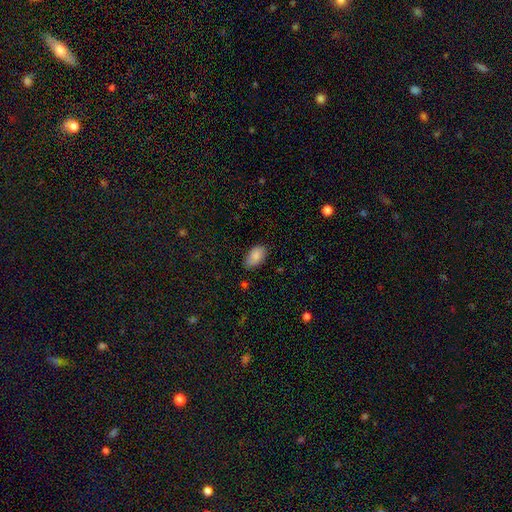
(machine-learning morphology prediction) Q: Smooth or featured?
A: smooth (86%); runner-up: star or artifact (7%)
Q: How rounded?
A: in between (94%); runner-up: round (4%)
Q: Merging?
A: none (79%); runner-up: minor disturbance (17%)